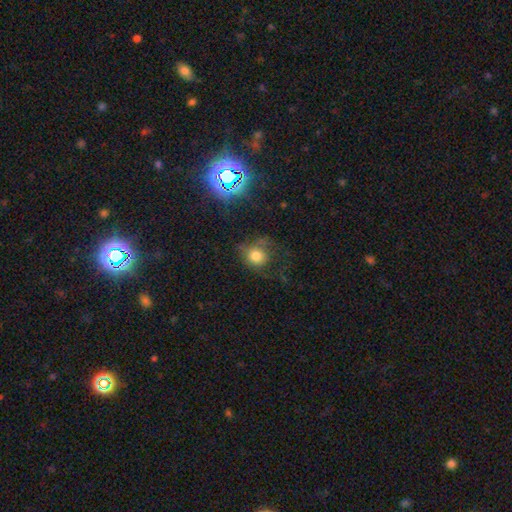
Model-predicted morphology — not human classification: Smooth or featured? smooth (67%)
How rounded? round (82%)
Merging? none (53%)